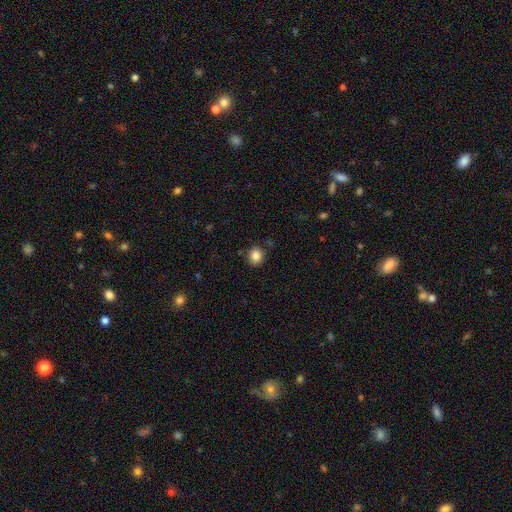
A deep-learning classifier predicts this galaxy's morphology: smooth_or_featured: smooth (p=0.85) [alt: star or artifact p=0.10]
how_rounded: round (p=0.78) [alt: in between p=0.21]
merging: none (p=0.86) [alt: minor disturbance p=0.09]